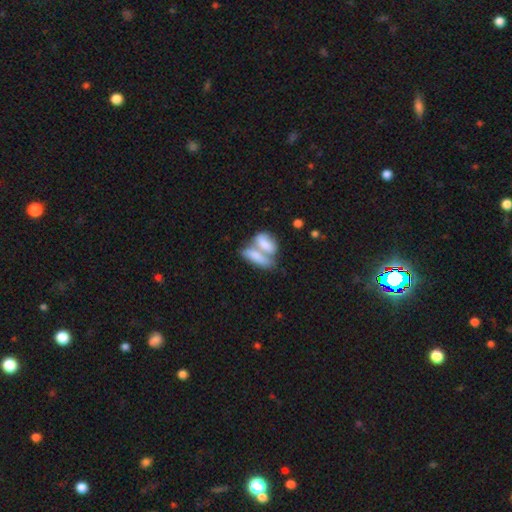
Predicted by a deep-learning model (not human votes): Smooth or featured? Predicted: smooth (p=0.72). How rounded? Predicted: in between (p=0.73). Merging? Predicted: merger (p=0.69).